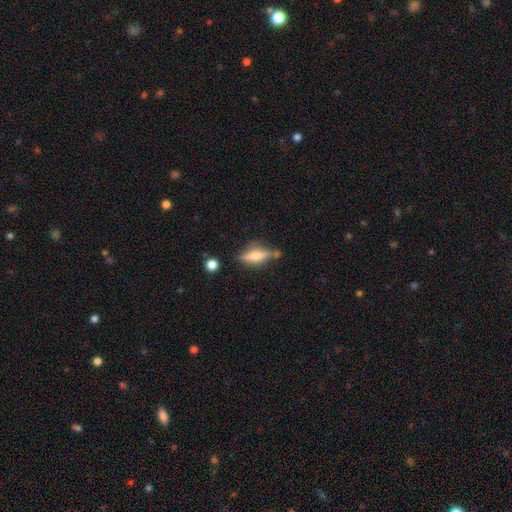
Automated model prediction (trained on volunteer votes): This appears to be a featured or disk galaxy (57%) viewed edge-on (91%) with a rounded central bulge (80%). Merging: none (68%).